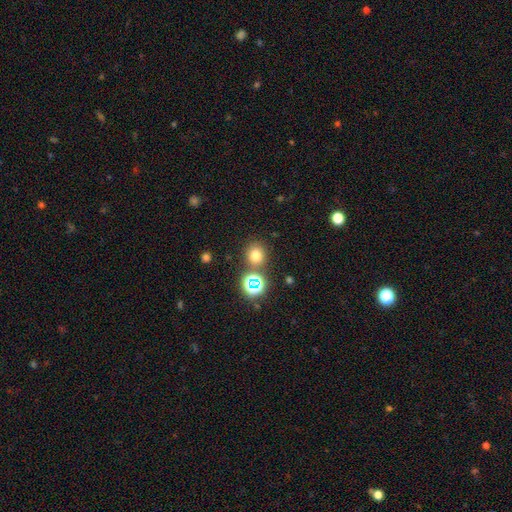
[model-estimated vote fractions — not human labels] Overall: smooth (71%). How rounded: round (85%). Merging: none (78%).